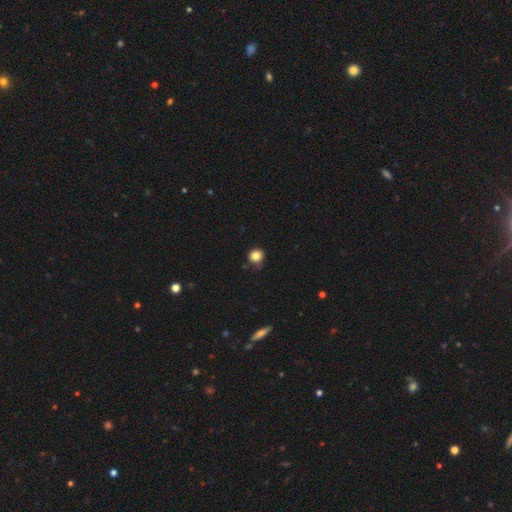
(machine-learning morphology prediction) A smooth galaxy with no disk features (83%) that is round (90%).

Vote fractions:
- Smooth or featured? smooth: 83% / star or artifact: 12% / featured or disk: 5%
- How rounded? round: 90% / in between: 9% / cigar-shaped: 1%
- Merging? none: 76% / minor disturbance: 18% / major disturbance: 3% / merger: 2%